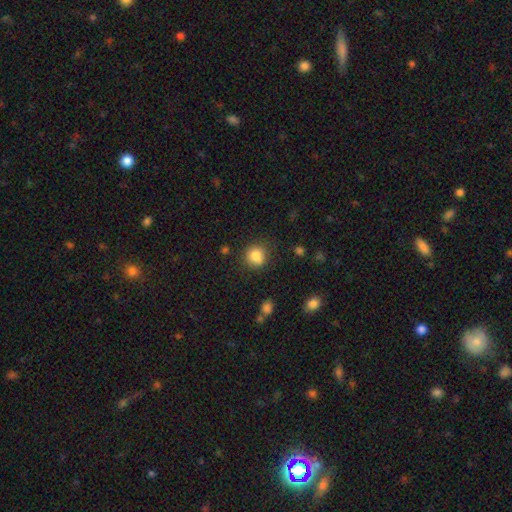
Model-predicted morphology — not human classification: type=smooth (83%); roundness=round (85%); merging=none (73%).